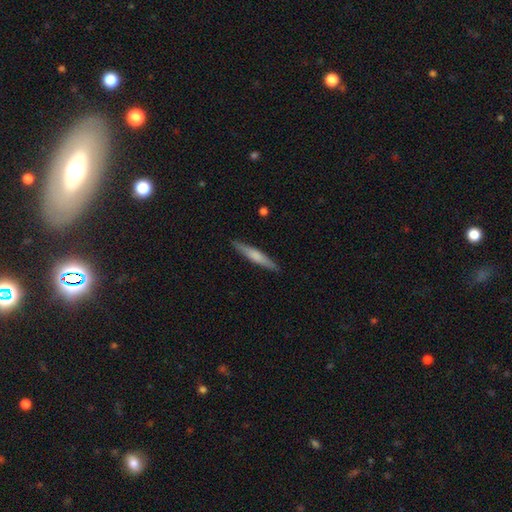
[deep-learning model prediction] Morphology: type=smooth (53%); roundness=cigar-shaped (93%); merging=none (90%).